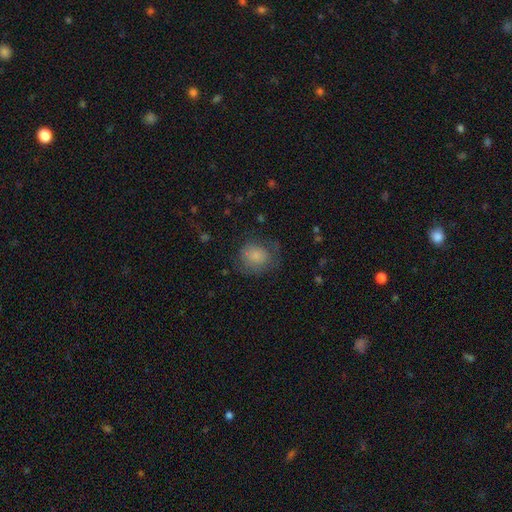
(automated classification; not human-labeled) A smooth galaxy with no disk features (74%) that is round (77%). Merging: none (59%).